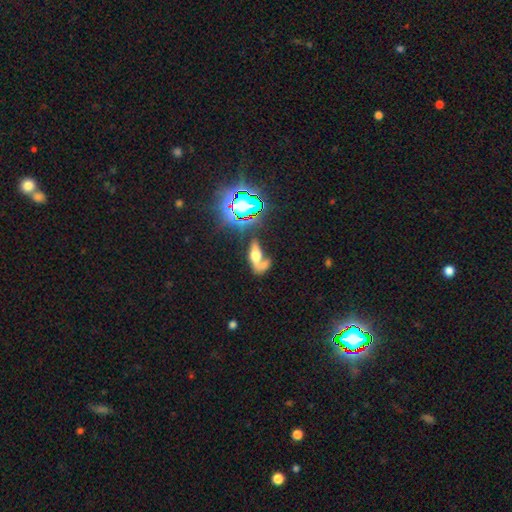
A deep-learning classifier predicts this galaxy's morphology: smooth_or_featured: smooth (p=0.43) [alt: featured or disk p=0.38]
merging: merger (p=0.45) [alt: none p=0.25]